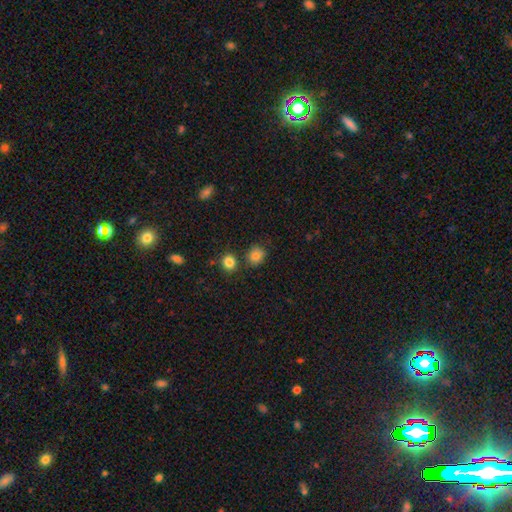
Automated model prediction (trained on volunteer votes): Smooth or featured? smooth (83%)
How rounded? round (79%)
Merging? none (76%)